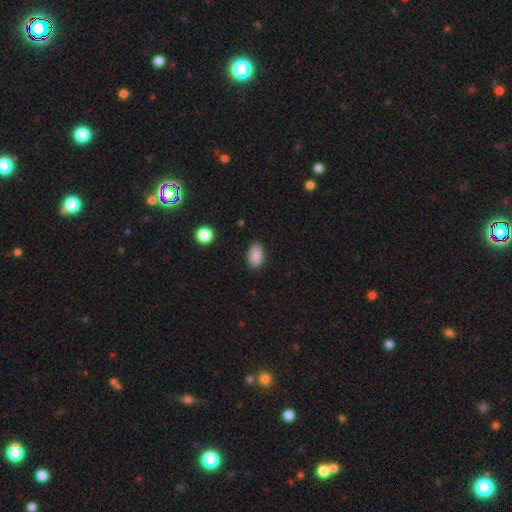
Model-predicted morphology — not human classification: Smooth or featured: smooth — 89% (star or artifact — 8%)
How rounded: in between — 91% (round — 7%)
Merging: none — 87% (minor disturbance — 10%)